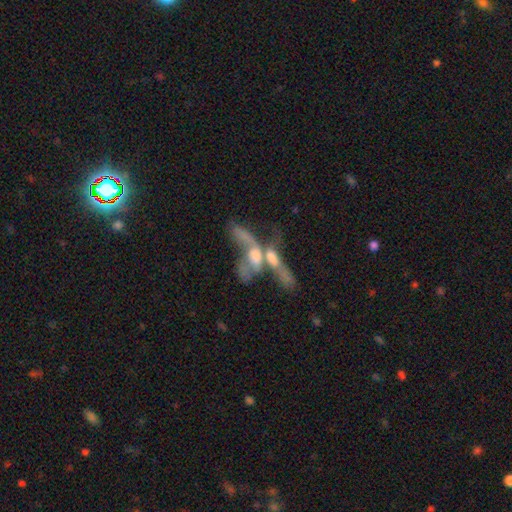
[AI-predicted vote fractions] Smooth or featured? featured or disk (56%)
Edge-on disk? no (77%)
Merging? merger (72%)